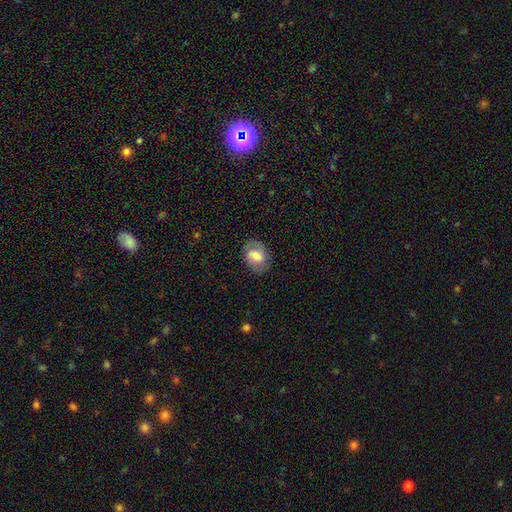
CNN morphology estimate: A smooth galaxy with no disk features (59%) that is in between round and cigar-shaped (73%). Merging: none (76%).